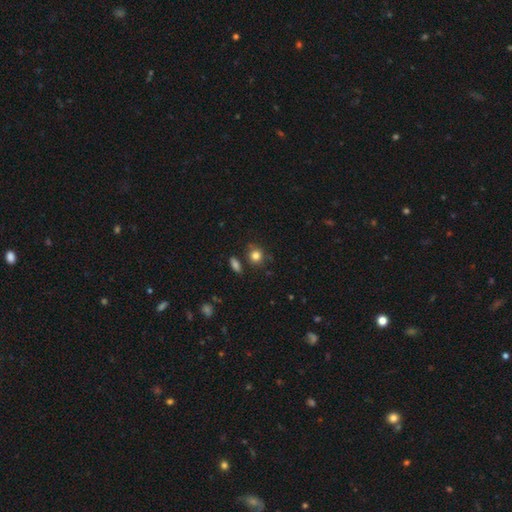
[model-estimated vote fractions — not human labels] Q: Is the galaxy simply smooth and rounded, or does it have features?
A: smooth — 82%.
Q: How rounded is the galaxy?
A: round — 76%.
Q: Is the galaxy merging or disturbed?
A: none — 75%.